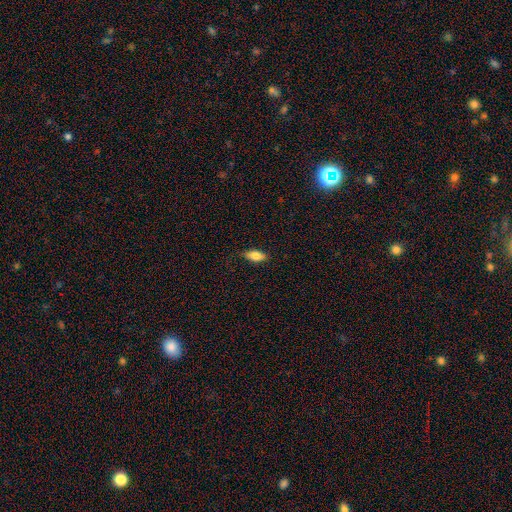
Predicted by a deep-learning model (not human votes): Smooth or featured: smooth — 79% (featured or disk — 14%)
How rounded: in between — 82% (cigar-shaped — 15%)
Merging: none — 82% (minor disturbance — 14%)